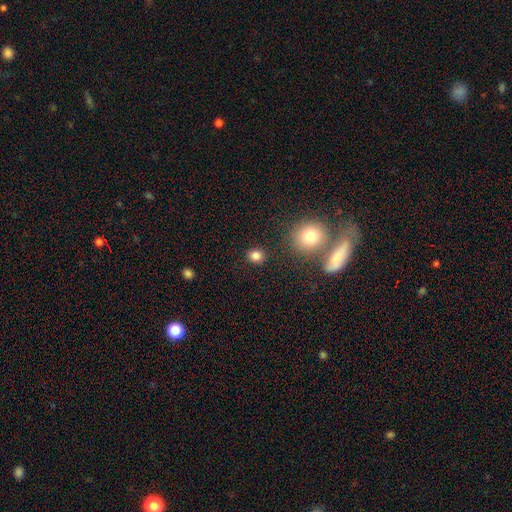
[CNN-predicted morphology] This is clearly a smooth galaxy (83%). How rounded: likely round (78%). Merging: clearly none (87%).